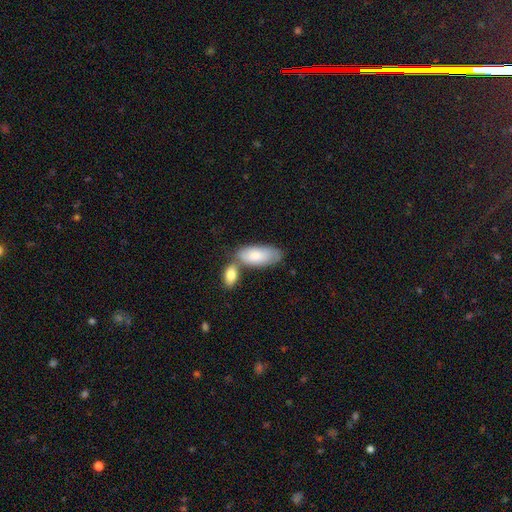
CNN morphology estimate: The model was most divided on "merging": none: 43%, merger: 36%, minor disturbance: 16%, major disturbance: 5%. More confident: how rounded — in between (89%); smooth or featured — smooth (78%).